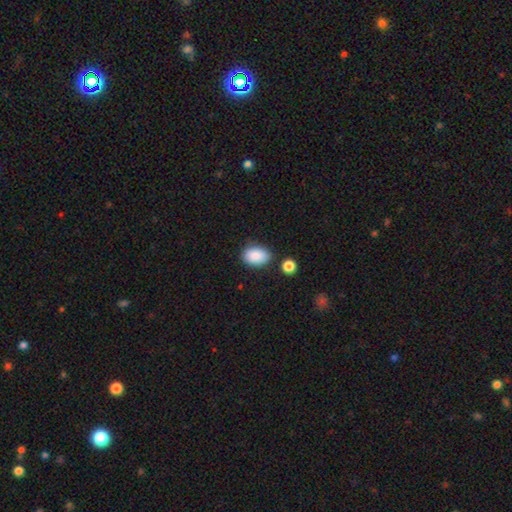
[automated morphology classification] A smooth galaxy with no disk features (88%) that is in between round and cigar-shaped (86%).

Vote fractions:
- Smooth or featured? smooth: 88% / star or artifact: 7% / featured or disk: 5%
- How rounded? in between: 86% / round: 13% / cigar-shaped: 1%
- Merging? none: 77% / minor disturbance: 14% / merger: 5% / major disturbance: 3%